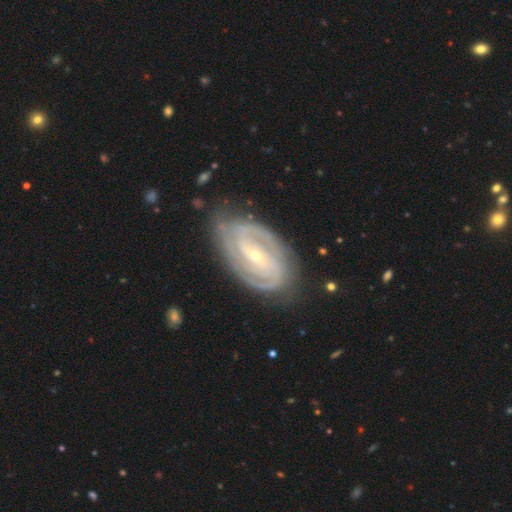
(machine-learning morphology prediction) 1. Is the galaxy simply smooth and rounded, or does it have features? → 91% featured or disk, 5% smooth, 5% star or artifact.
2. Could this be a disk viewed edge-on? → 96% no, 4% yes.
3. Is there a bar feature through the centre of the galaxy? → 40% weak, 31% strong, 29% no.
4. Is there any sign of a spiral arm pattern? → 98% yes, 2% no.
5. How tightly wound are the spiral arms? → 64% tight, 30% medium, 6% loose.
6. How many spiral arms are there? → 55% 2, 18% 3, 13% can't tell, 6% 4, 4% more than 4, 4% 1.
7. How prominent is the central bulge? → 74% small, 23% moderate, 1% large, 1% none, 1% dominant.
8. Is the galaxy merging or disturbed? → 74% none, 19% minor disturbance, 5% major disturbance, 2% merger.